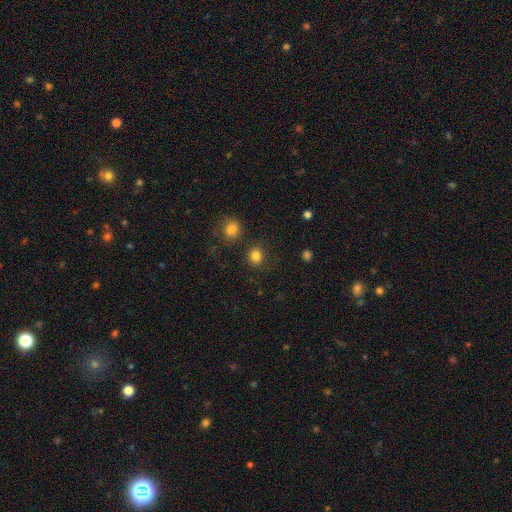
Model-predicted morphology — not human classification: Overall: smooth (83%). How rounded: round (83%). Merging: none (81%).